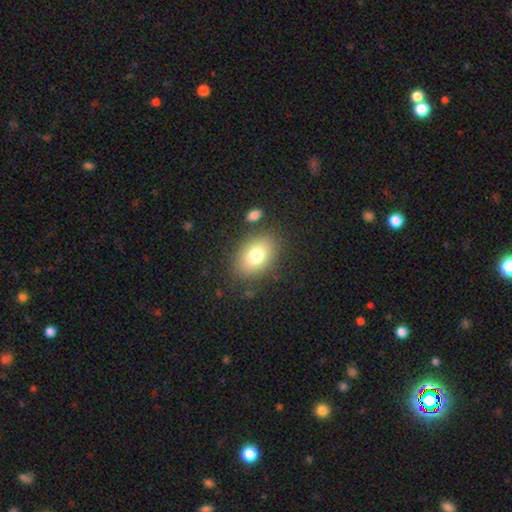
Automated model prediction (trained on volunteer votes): A smooth galaxy with no disk features (78%) that is in between round and cigar-shaped (77%).

Vote fractions:
- Smooth or featured? smooth: 78% / featured or disk: 12% / star or artifact: 10%
- How rounded? in between: 77% / round: 22% / cigar-shaped: 1%
- Merging? none: 81% / minor disturbance: 11% / major disturbance: 4% / merger: 4%